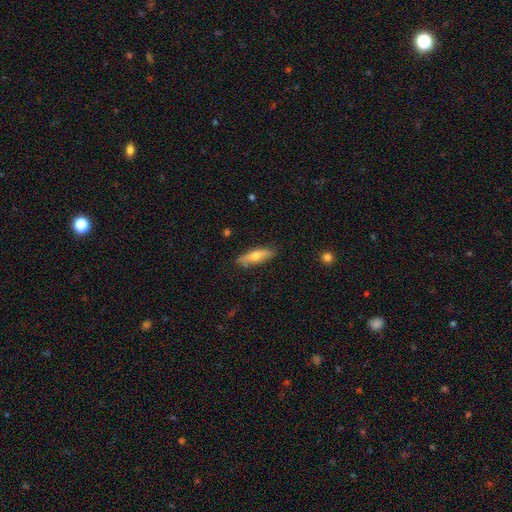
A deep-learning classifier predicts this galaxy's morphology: This appears to be a smooth galaxy with no disk features (54%) that is cigar-shaped (63%). Merging: none (83%).